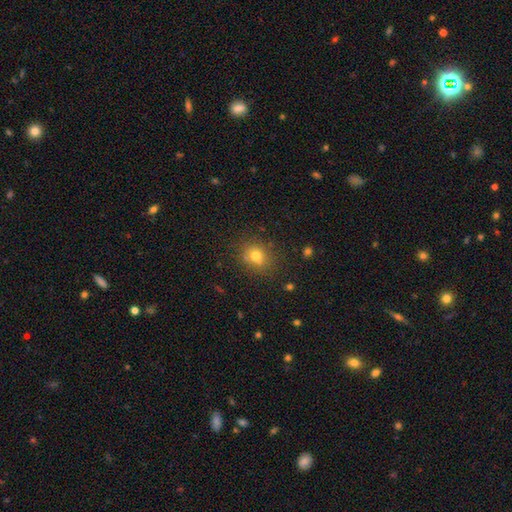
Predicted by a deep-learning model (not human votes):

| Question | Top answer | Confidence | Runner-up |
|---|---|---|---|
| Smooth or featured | smooth | 74% | star or artifact (15%) |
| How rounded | round | 68% | in between (31%) |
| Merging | none | 72% | minor disturbance (15%) |